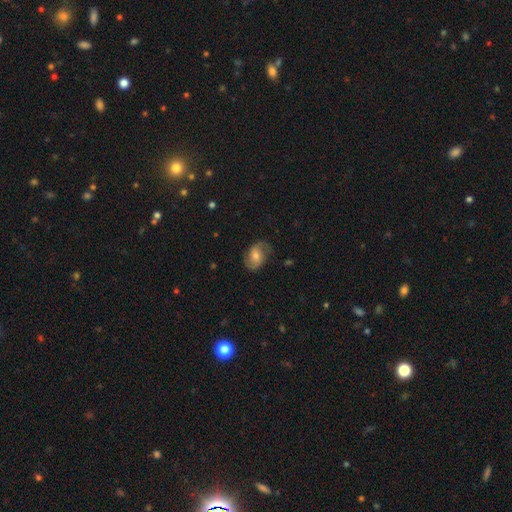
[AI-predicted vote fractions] A featured or disk galaxy (51%).

Vote fractions:
- Smooth or featured? featured or disk: 51% / smooth: 41% / star or artifact: 9%
- Edge-on disk? no: 96% / yes: 4%
- Merging? none: 70% / minor disturbance: 20% / major disturbance: 8% / merger: 1%